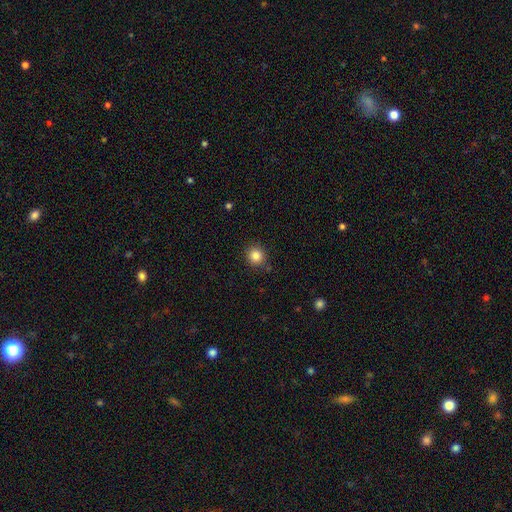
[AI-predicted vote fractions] A smooth galaxy with no disk features (85%) that is round (90%).

Vote fractions:
- Smooth or featured? smooth: 85% / star or artifact: 11% / featured or disk: 4%
- How rounded? round: 90% / in between: 9% / cigar-shaped: 1%
- Merging? none: 85% / minor disturbance: 10% / major disturbance: 3% / merger: 2%